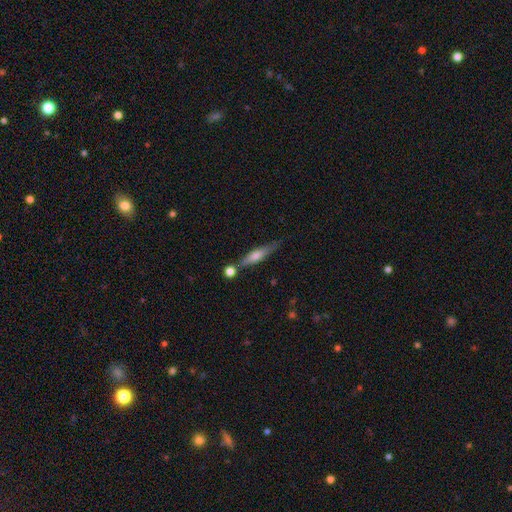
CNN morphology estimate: A featured or disk galaxy (48%). Merging: none (67%).